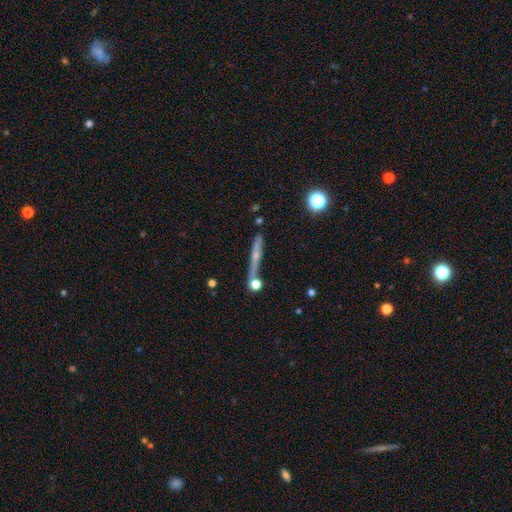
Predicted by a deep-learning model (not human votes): Smooth or featured: featured or disk — 61% (smooth — 29%)
Edge-on disk: yes — 94% (no — 6%)
Edge-on bulge: rounded — 70% (none — 24%)
Merging: none — 72% (minor disturbance — 13%)